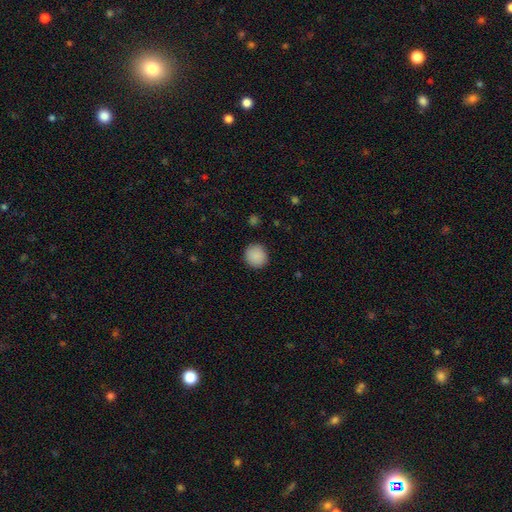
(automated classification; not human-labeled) This appears to be a smooth galaxy with no disk features (90%) that is round (93%). Merging: none (91%).